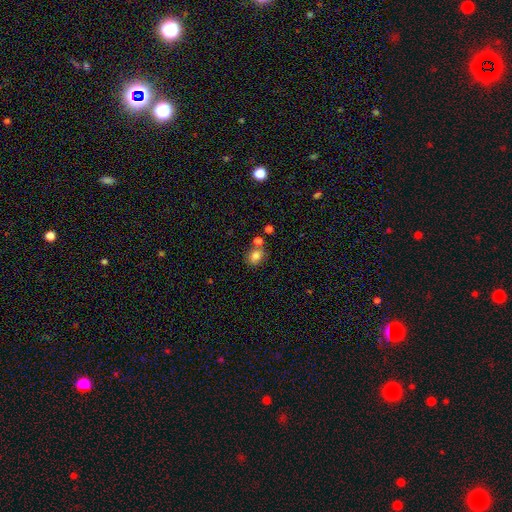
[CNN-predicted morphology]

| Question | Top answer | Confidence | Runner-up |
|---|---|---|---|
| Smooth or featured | smooth | 79% | star or artifact (11%) |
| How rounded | round | 54% | in between (45%) |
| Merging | none | 64% | merger (19%) |